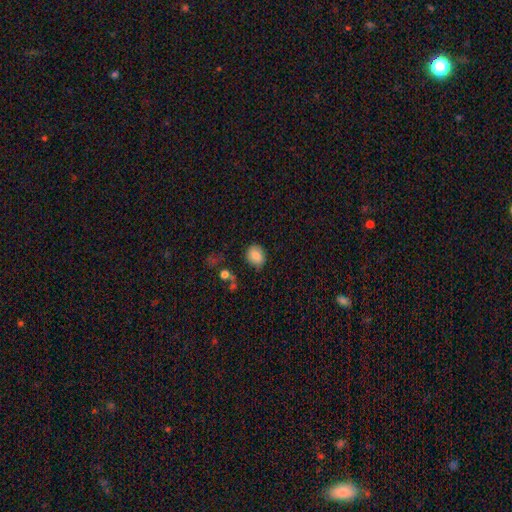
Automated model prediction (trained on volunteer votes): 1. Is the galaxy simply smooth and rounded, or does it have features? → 84% smooth, 9% star or artifact, 7% featured or disk.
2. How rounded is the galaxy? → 58% round, 41% in between, 1% cigar-shaped.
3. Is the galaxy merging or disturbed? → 79% none, 15% minor disturbance, 4% major disturbance, 3% merger.